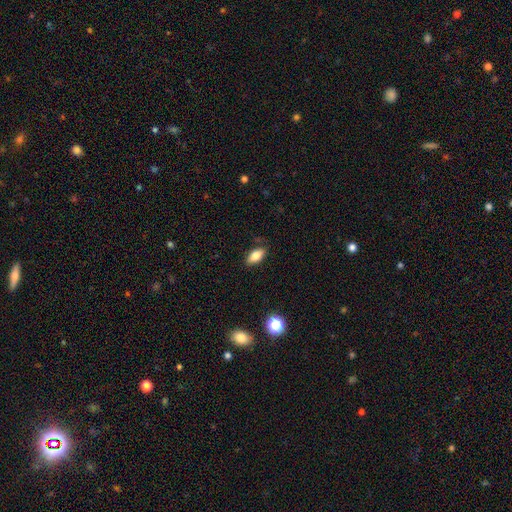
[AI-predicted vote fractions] A smooth galaxy with no disk features (79%) that is in between round and cigar-shaped (87%).

Vote fractions:
- Smooth or featured? smooth: 79% / featured or disk: 13% / star or artifact: 9%
- How rounded? in between: 87% / cigar-shaped: 9% / round: 4%
- Merging? none: 84% / minor disturbance: 12% / major disturbance: 3% / merger: 1%